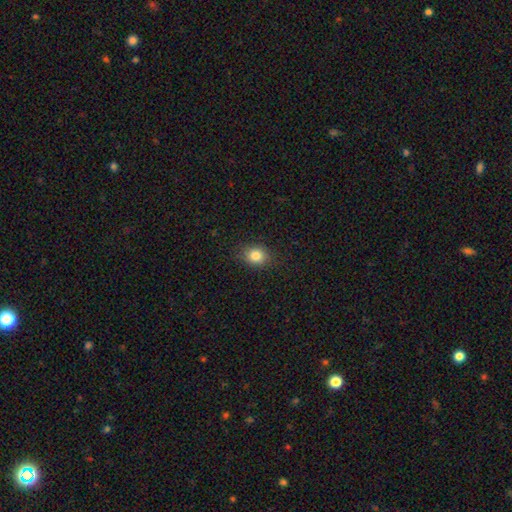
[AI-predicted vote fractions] Smooth or featured? smooth (83%)
How rounded? round (57%)
Merging? none (87%)